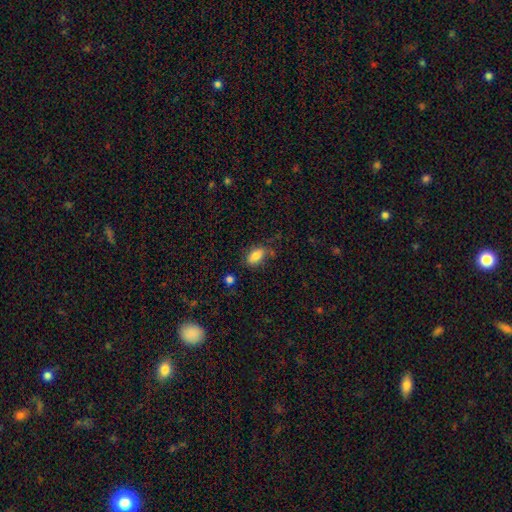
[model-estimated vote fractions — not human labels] A smooth galaxy with no disk features (81%) that is in between round and cigar-shaped (89%). Merging: none (66%).